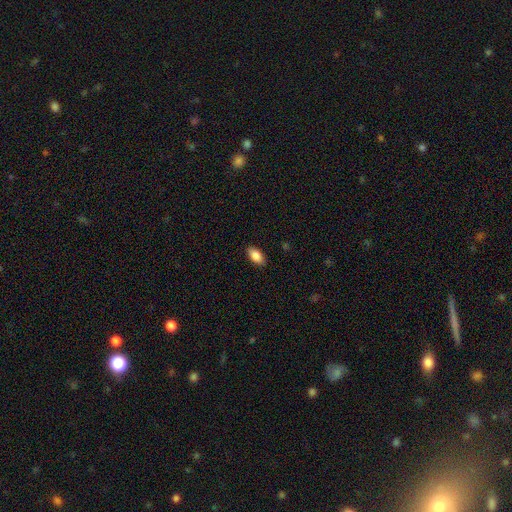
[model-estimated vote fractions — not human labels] Smooth or featured?
  - smooth: 87% *
  - star or artifact: 7%
  - featured or disk: 6%
How rounded?
  - in between: 92% *
  - cigar-shaped: 5%
  - round: 3%
Merging?
  - none: 88% *
  - minor disturbance: 9%
  - major disturbance: 2%
  - merger: 1%